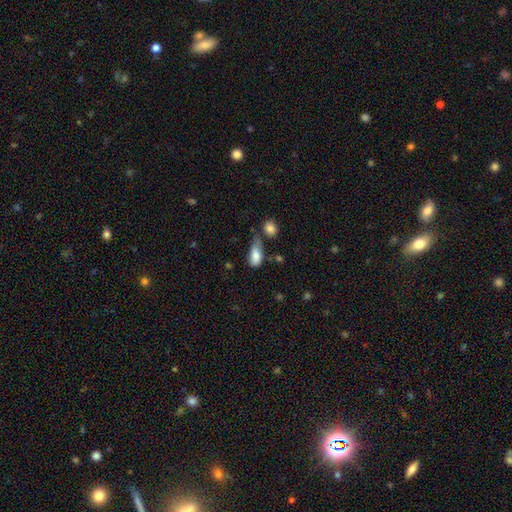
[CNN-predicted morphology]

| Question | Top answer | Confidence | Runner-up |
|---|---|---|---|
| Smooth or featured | smooth | 81% | featured or disk (12%) |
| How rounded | in between | 87% | cigar-shaped (8%) |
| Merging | minor disturbance | 37% | none (33%) |